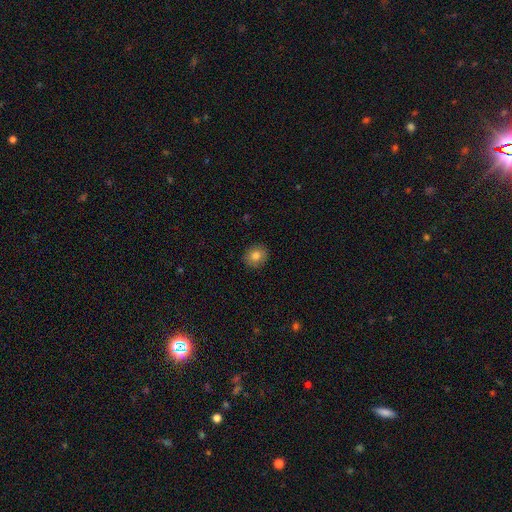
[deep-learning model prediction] A smooth galaxy with no disk features (80%) that is round (77%). Merging: none (90%).